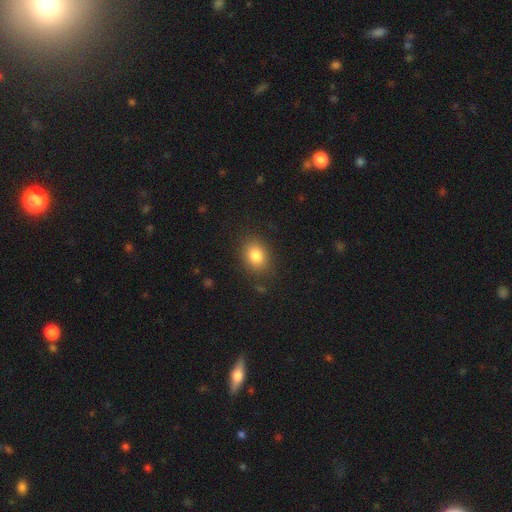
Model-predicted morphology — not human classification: smooth-or-featured: smooth: 83% | star or artifact: 9% | featured or disk: 7%
  how-rounded: in between: 67% | round: 32% | cigar-shaped: 1%
  merging: none: 83% | minor disturbance: 12% | major disturbance: 4% | merger: 1%